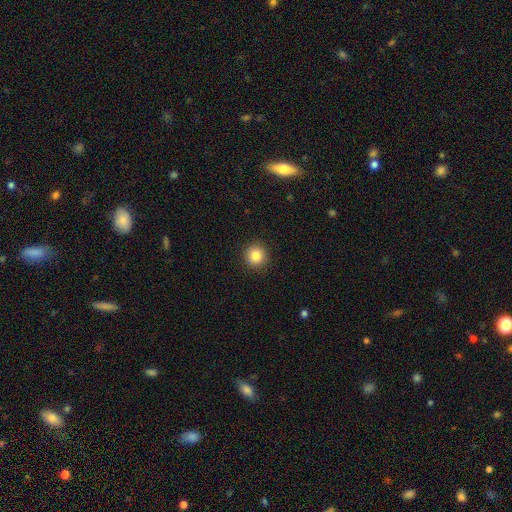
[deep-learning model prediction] smooth-or-featured: smooth: 84% | star or artifact: 10% | featured or disk: 5%
  how-rounded: round: 93% | in between: 6% | cigar-shaped: 1%
  merging: none: 91% | minor disturbance: 6% | major disturbance: 2% | merger: 1%